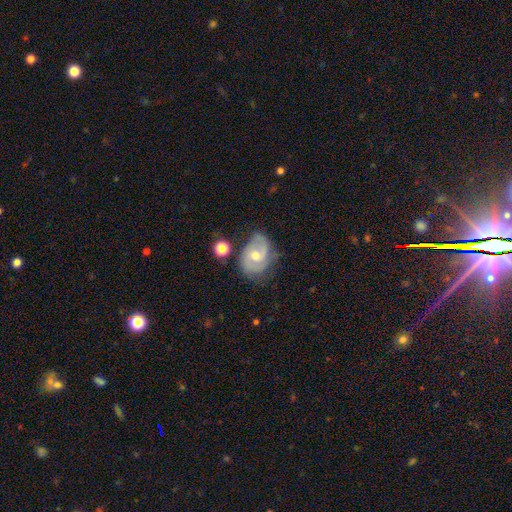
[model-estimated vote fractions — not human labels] smooth-or-featured: featured or disk: 72% | smooth: 21% | star or artifact: 7%
  disk-edge-on: no: 97% | yes: 3%
    bar: no: 51% | weak: 43% | strong: 6%
    has-spiral-arms: yes: 90% | no: 10%
      spiral-winding: medium: 48% | tight: 32% | loose: 21%
      spiral-arm-count: 2: 75% | can't tell: 13% | 1: 6% | 3: 4% | 4: 1% | more than 4: 1%
    bulge-size: moderate: 62% | small: 32% | large: 3% | none: 2% | dominant: 1%
  merging: none: 57% | minor disturbance: 27% | major disturbance: 11% | merger: 5%